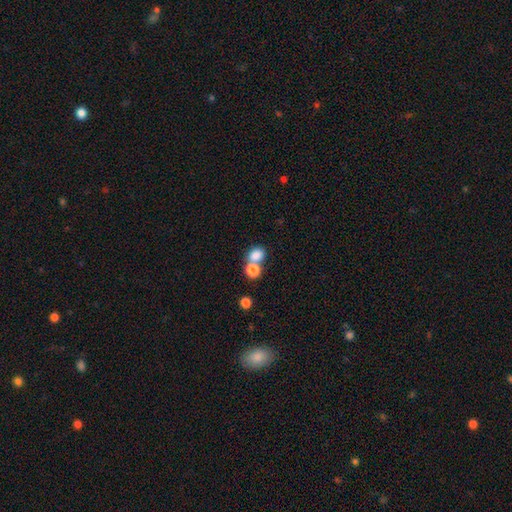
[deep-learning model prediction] Q: Smooth or featured?
A: smooth (81%); runner-up: star or artifact (11%)
Q: How rounded?
A: round (55%); runner-up: in between (44%)
Q: Merging?
A: merger (48%); runner-up: none (41%)